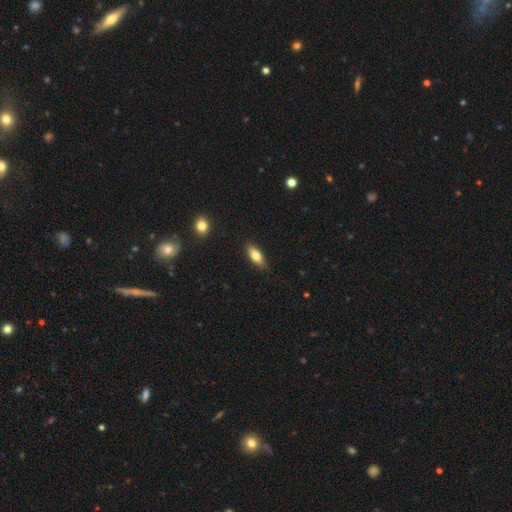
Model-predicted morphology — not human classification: Q: Smooth or featured?
A: smooth (75%); runner-up: featured or disk (18%)
Q: How rounded?
A: in between (75%); runner-up: cigar-shaped (22%)
Q: Merging?
A: none (87%); runner-up: minor disturbance (10%)